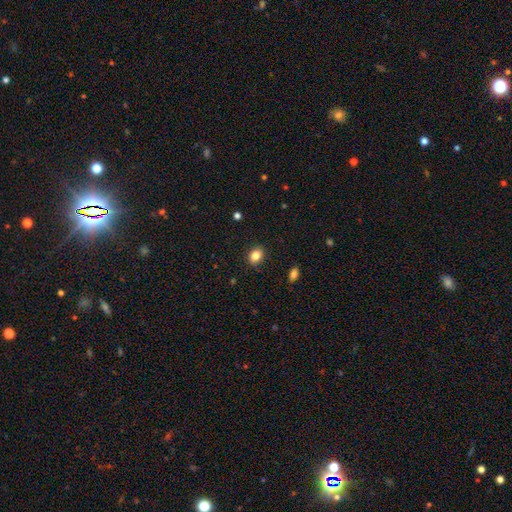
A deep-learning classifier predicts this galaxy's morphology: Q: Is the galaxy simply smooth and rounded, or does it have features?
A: smooth — 83%.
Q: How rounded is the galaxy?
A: in between — 53%.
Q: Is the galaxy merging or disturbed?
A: none — 88%.